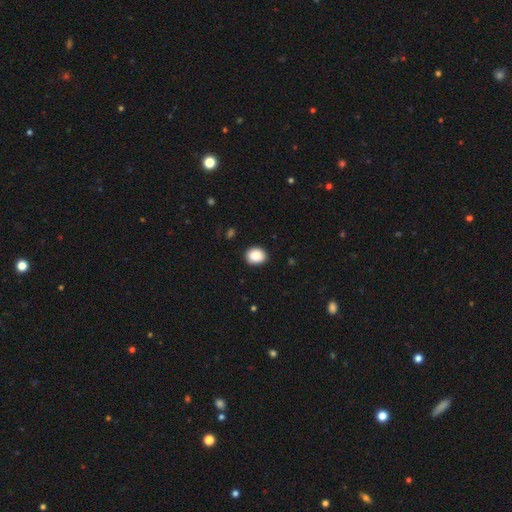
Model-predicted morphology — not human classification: smooth-or-featured: smooth: 88% | star or artifact: 8% | featured or disk: 4%
  how-rounded: round: 56% | in between: 43% | cigar-shaped: 1%
  merging: none: 89% | minor disturbance: 8% | major disturbance: 2% | merger: 1%